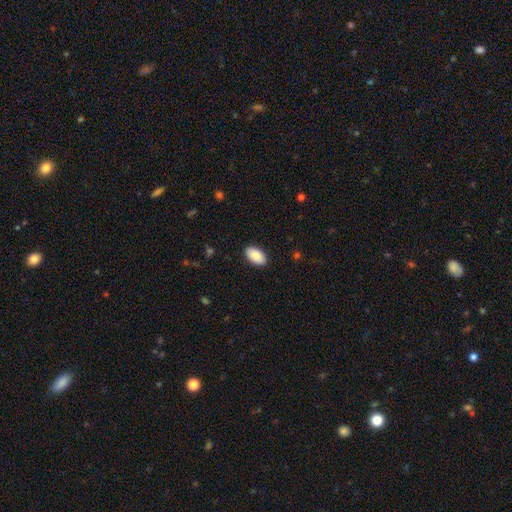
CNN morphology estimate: Q: Smooth or featured?
A: smooth (88%); runner-up: star or artifact (6%)
Q: How rounded?
A: in between (95%); runner-up: round (3%)
Q: Merging?
A: none (90%); runner-up: minor disturbance (8%)